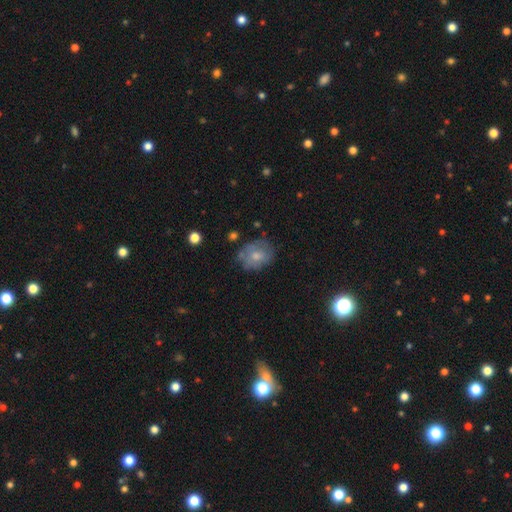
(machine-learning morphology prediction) Smooth or featured?
  - smooth: 60% *
  - featured or disk: 32%
  - star or artifact: 8%
How rounded?
  - in between: 55% *
  - round: 44%
  - cigar-shaped: 1%
Merging?
  - none: 61% *
  - minor disturbance: 26%
  - major disturbance: 10%
  - merger: 3%